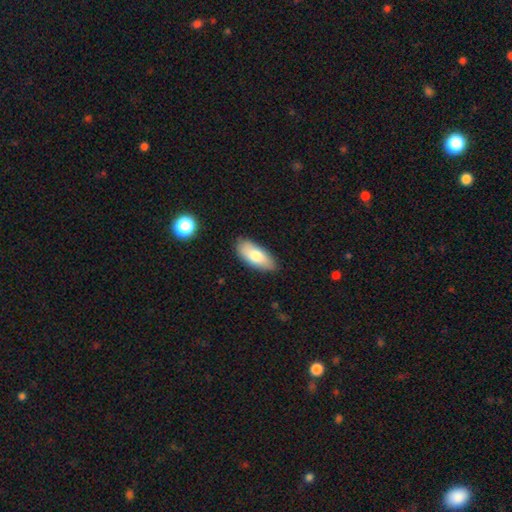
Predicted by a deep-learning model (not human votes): A smooth galaxy with no disk features (77%) that is in between round and cigar-shaped (86%). Merging: none (85%).